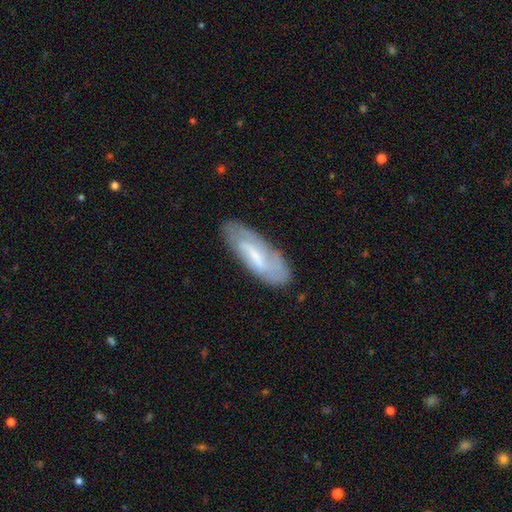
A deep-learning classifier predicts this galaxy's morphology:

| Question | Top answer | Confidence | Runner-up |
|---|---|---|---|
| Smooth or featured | featured or disk | 54% | smooth (39%) |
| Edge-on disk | no | 81% | yes (19%) |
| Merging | none | 75% | minor disturbance (18%) |